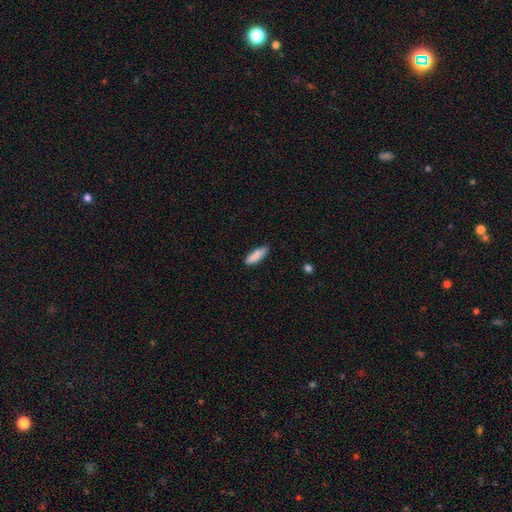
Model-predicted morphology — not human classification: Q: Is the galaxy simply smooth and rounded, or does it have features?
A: smooth — 88%.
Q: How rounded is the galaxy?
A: in between — 51%.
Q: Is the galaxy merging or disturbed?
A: none — 84%.